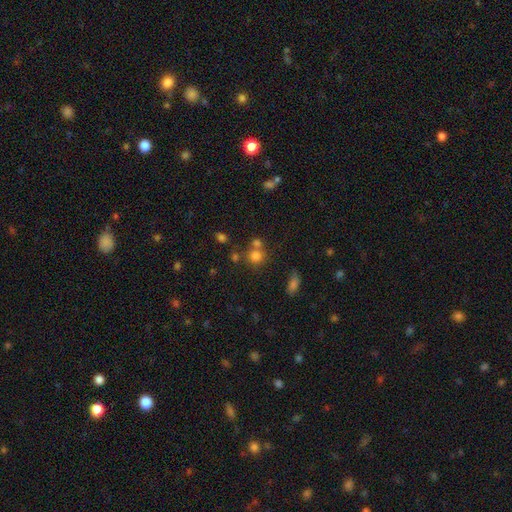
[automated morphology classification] smooth-or-featured: smooth: 75% | star or artifact: 16% | featured or disk: 9%
  how-rounded: round: 85% | in between: 14% | cigar-shaped: 1%
  merging: none: 56% | merger: 30% | minor disturbance: 9% | major disturbance: 4%